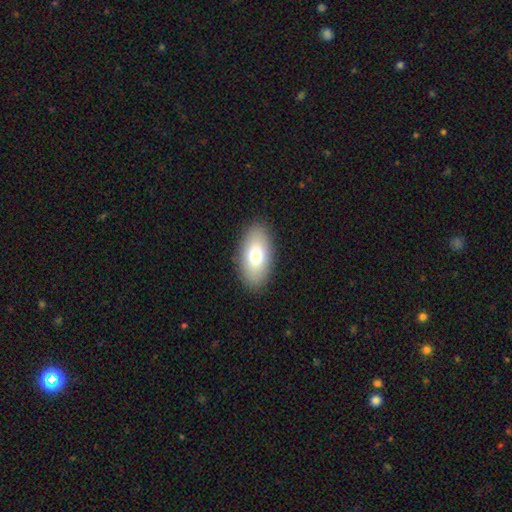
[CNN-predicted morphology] This appears to be a smooth galaxy with no disk features (74%) that is in between round and cigar-shaped (93%). Merging: none (88%).